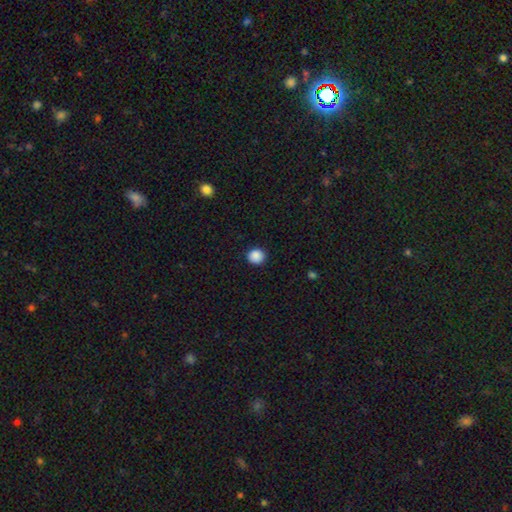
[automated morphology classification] type=smooth (88%); roundness=round (91%); merging=none (92%).